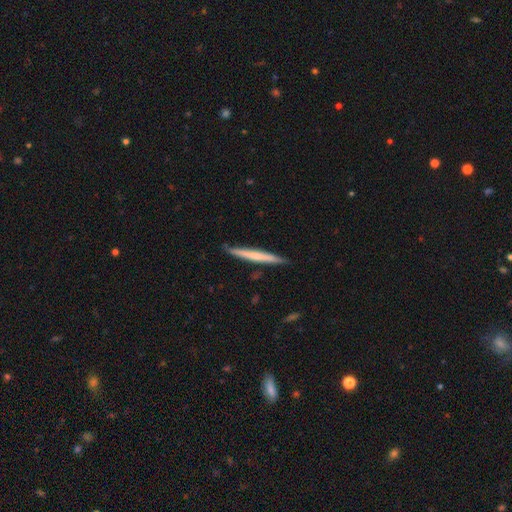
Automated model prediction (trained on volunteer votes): Q: Smooth or featured?
A: smooth (54%); runner-up: featured or disk (41%)
Q: How rounded?
A: cigar-shaped (97%); runner-up: in between (2%)
Q: Merging?
A: none (88%); runner-up: minor disturbance (9%)